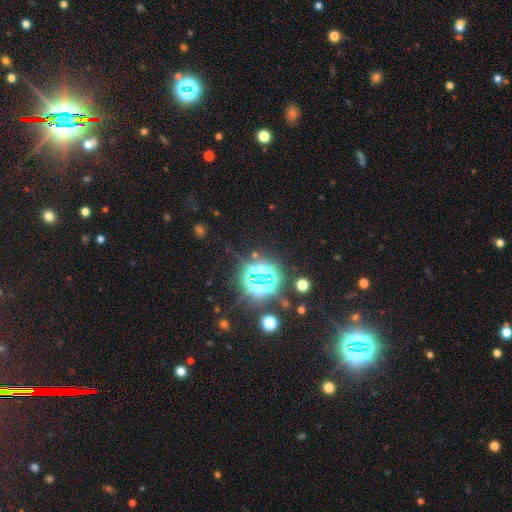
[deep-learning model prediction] This appears to be a star or artifact, not a galaxy (80%).